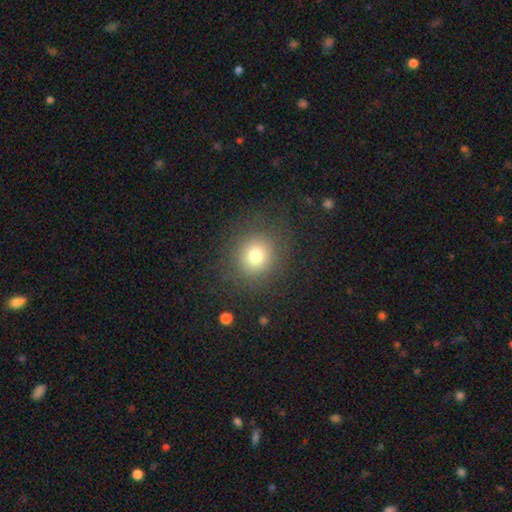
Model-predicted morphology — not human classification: Smooth or featured: smooth — 74% (star or artifact — 16%)
How rounded: round — 89% (in between — 10%)
Merging: none — 83% (minor disturbance — 9%)